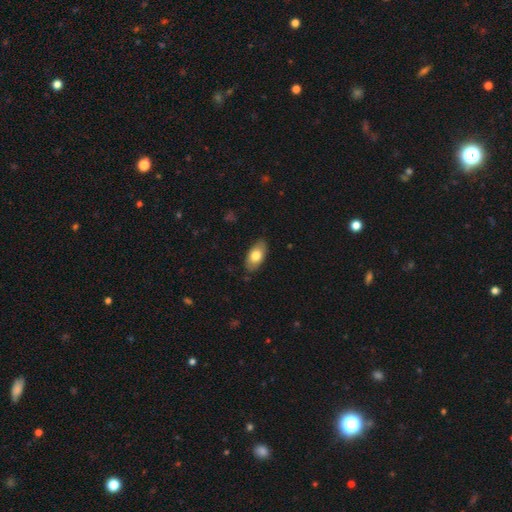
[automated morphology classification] smooth 76%, featured or disk 18%, star or artifact 6%. Down the decision tree: how rounded — in between (92%); merging — none (85%).